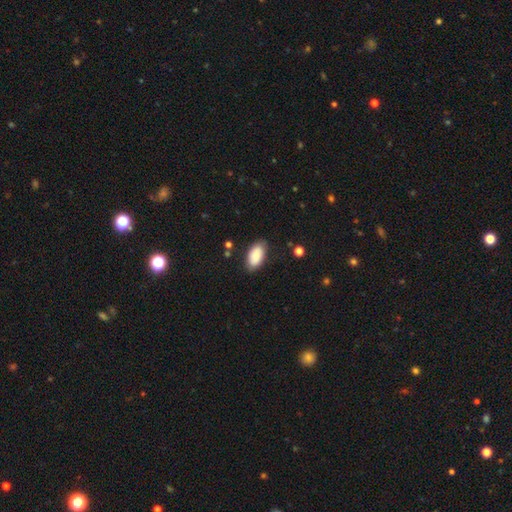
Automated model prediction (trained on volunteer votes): A smooth galaxy with no disk features (79%) that is in between round and cigar-shaped (94%). Merging: none (79%).